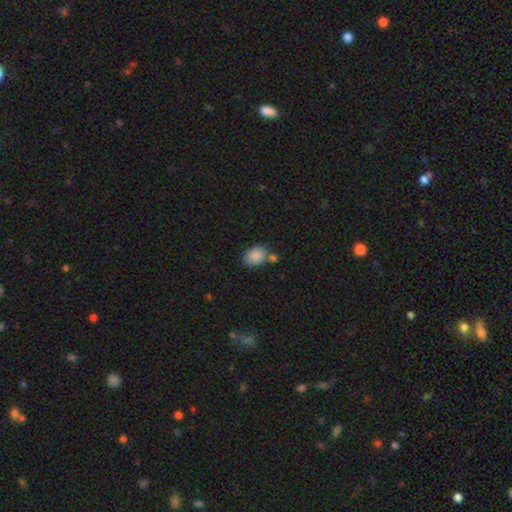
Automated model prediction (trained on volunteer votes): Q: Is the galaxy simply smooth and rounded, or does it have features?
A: smooth — 87%.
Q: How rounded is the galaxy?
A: in between — 77%.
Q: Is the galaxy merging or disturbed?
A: none — 60%.